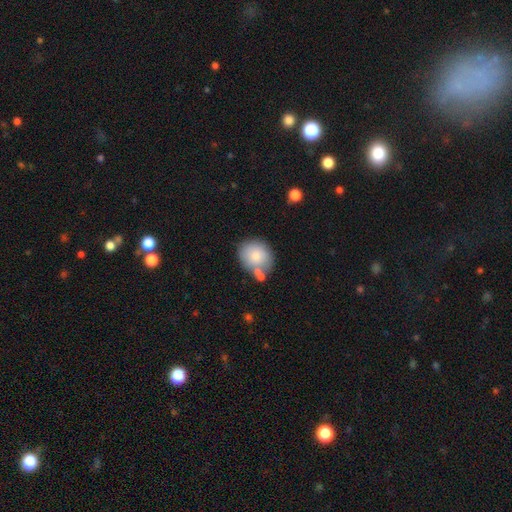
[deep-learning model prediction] smooth 81%, featured or disk 11%, star or artifact 7%. Down the decision tree: how rounded — round (67%); merging — none (63%).